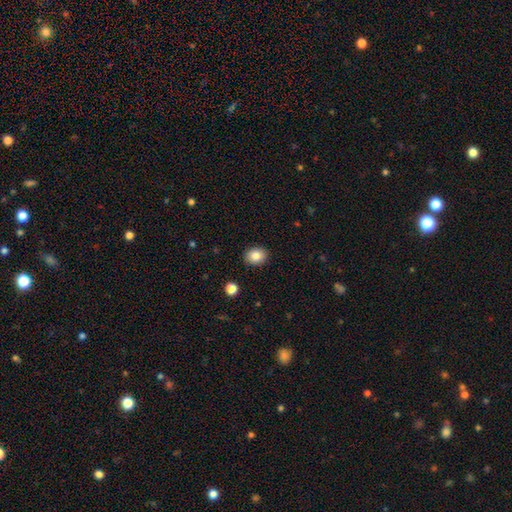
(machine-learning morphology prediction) smooth_or_featured: smooth (p=0.85) [alt: star or artifact p=0.09]
how_rounded: in between (p=0.52) [alt: round p=0.47]
merging: none (p=0.90) [alt: minor disturbance p=0.07]